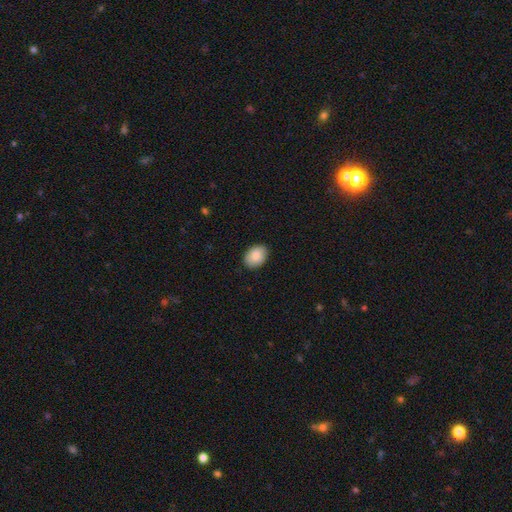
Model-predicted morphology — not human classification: The model was most divided on "how rounded": in between: 74%, round: 25%, cigar-shaped: 1%. More confident: merging — none (89%); smooth or featured — smooth (86%).